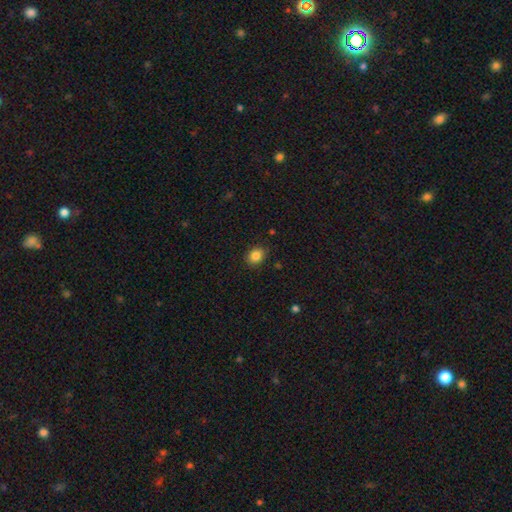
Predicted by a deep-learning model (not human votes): The model was most divided on "how rounded": round: 59%, in between: 40%, cigar-shaped: 1%. More confident: merging — none (87%); smooth or featured — smooth (85%).